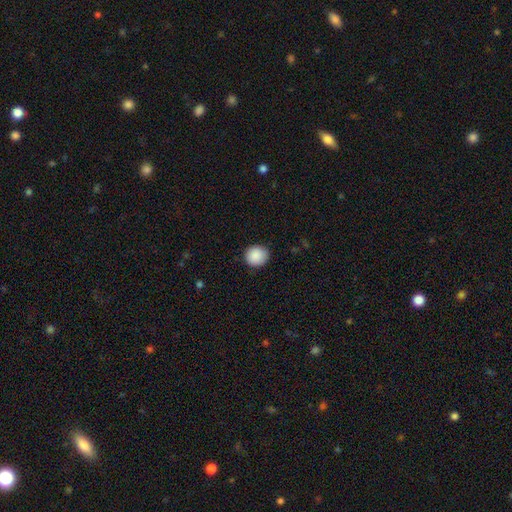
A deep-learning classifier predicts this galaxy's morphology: Smooth or featured? smooth (89%)
How rounded? round (86%)
Merging? none (87%)